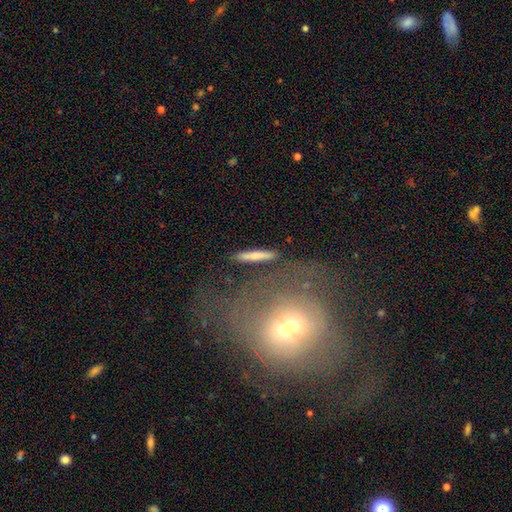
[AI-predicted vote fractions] smooth_or_featured: smooth (p=0.69) [alt: featured or disk p=0.24]
how_rounded: cigar-shaped (p=0.87) [alt: in between p=0.09]
merging: none (p=0.82) [alt: minor disturbance p=0.10]